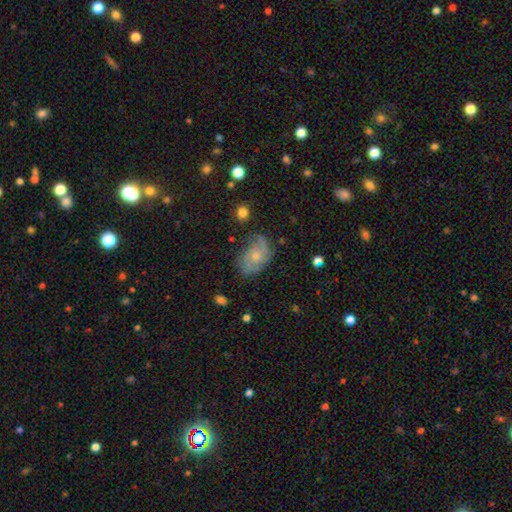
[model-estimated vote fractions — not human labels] smooth_or_featured: featured or disk (p=0.60) [alt: smooth p=0.31]
disk_edge_on: no (p=0.96) [alt: yes p=0.04]
bar: no (p=0.78) [alt: weak p=0.19]
has_spiral_arms: yes (p=0.84) [alt: no p=0.16]
bulge_size: small (p=0.63) [alt: moderate p=0.30]
merging: none (p=0.60) [alt: minor disturbance p=0.26]